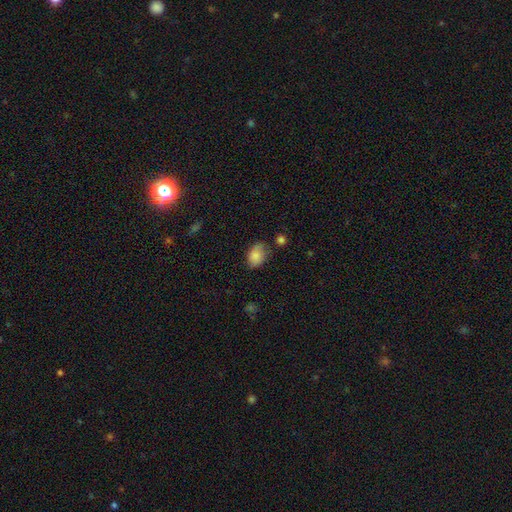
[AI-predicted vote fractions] Smooth or featured?
  - smooth: 83% *
  - featured or disk: 8%
  - star or artifact: 8%
How rounded?
  - in between: 81% *
  - round: 18%
  - cigar-shaped: 1%
Merging?
  - none: 64% *
  - minor disturbance: 26%
  - major disturbance: 6%
  - merger: 4%